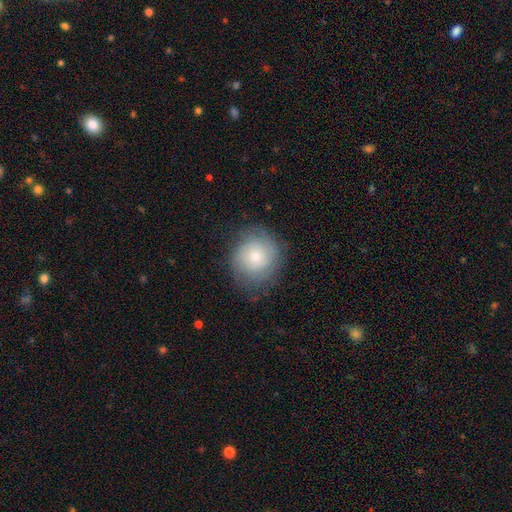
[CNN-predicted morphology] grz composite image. It shows a smooth galaxy with no disk features (49%). Merging: none (76%).